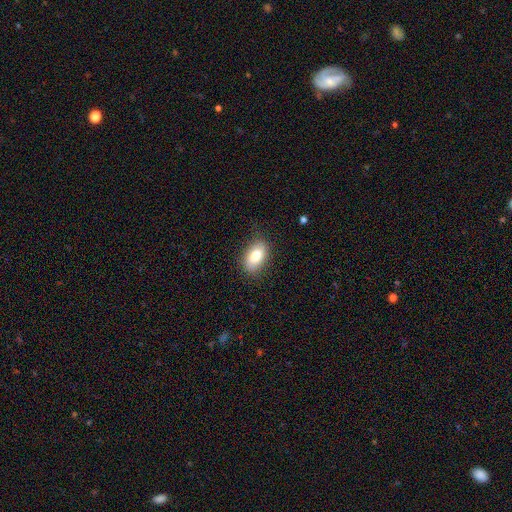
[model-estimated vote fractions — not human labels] smooth 82%, featured or disk 11%, star or artifact 7%. Down the decision tree: how rounded — in between (91%); merging — none (82%).